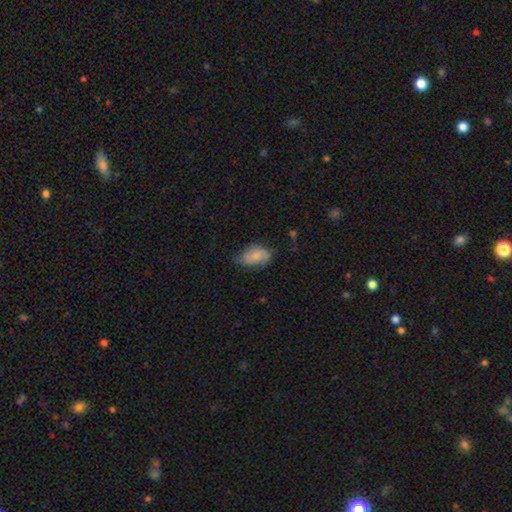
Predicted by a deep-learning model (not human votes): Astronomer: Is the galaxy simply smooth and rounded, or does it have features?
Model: smooth — 63%.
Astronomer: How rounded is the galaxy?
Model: in between — 87%.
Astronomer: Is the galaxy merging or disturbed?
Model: none — 52% (runner-up: minor disturbance, 36%).